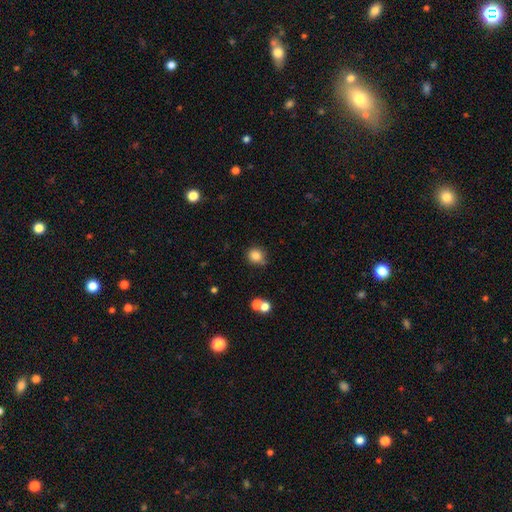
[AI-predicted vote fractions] This is clearly a smooth galaxy (83%). How rounded: clearly round (85%). Merging: likely none (73%).